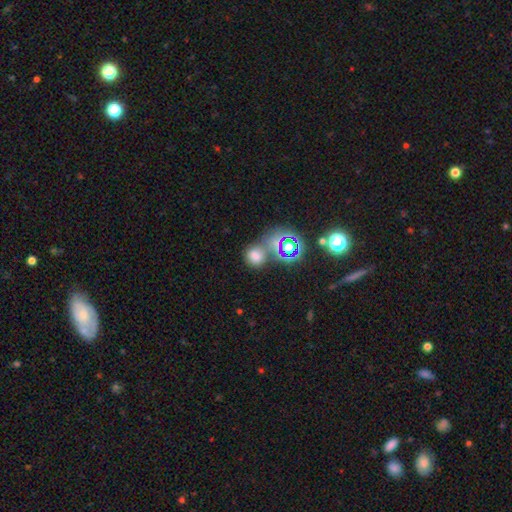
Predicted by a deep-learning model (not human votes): smooth_or_featured: smooth (p=0.64) [alt: star or artifact p=0.27]
how_rounded: round (p=0.73) [alt: in between p=0.25]
merging: none (p=0.55) [alt: merger p=0.25]